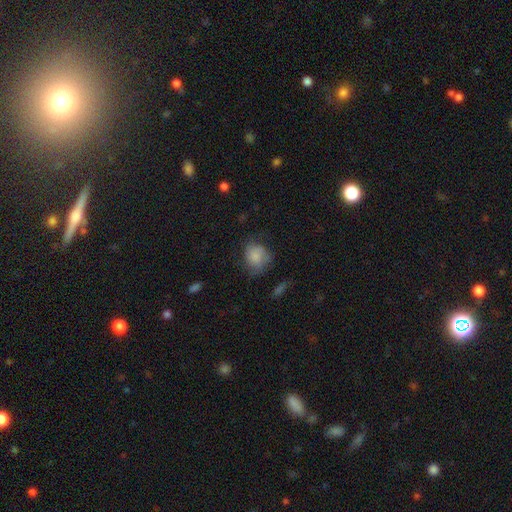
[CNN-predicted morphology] A smooth galaxy with no disk features (78%) that is round (67%). Merging: none (51%).